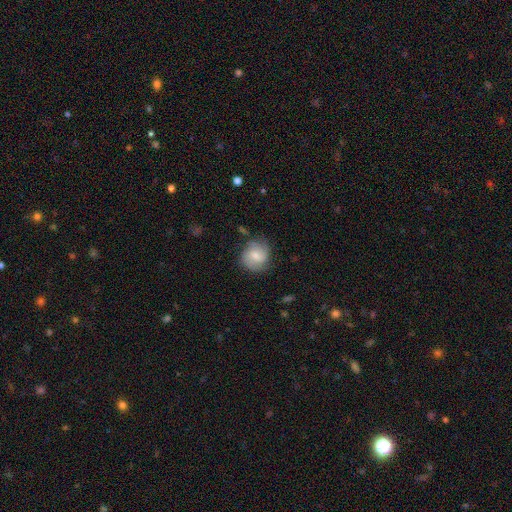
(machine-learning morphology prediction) Q: Smooth or featured?
A: smooth (55%); runner-up: featured or disk (38%)
Q: How rounded?
A: round (83%); runner-up: in between (16%)
Q: Merging?
A: none (70%); runner-up: minor disturbance (21%)